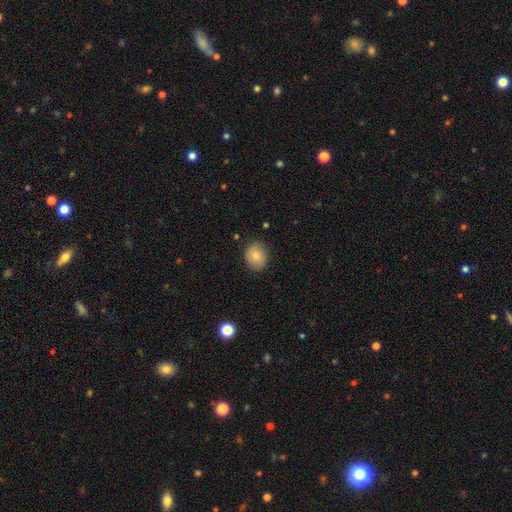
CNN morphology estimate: Smooth or featured: smooth — 83% (featured or disk — 10%)
How rounded: round — 62% (in between — 37%)
Merging: none — 83% (minor disturbance — 13%)